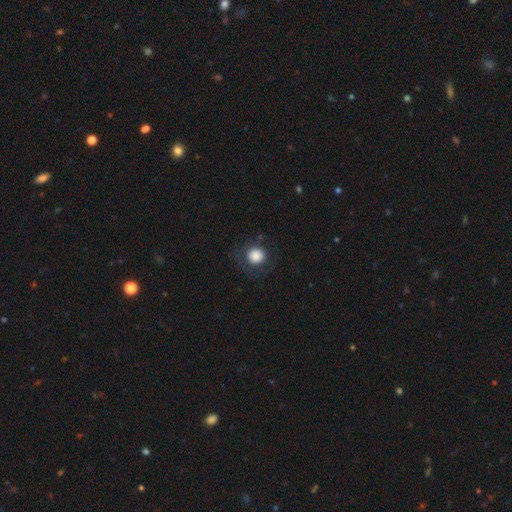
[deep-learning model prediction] The model was most divided on "merging": none: 76%, minor disturbance: 13%, major disturbance: 10%, merger: 1%. More confident: how rounded — round (90%); smooth or featured — smooth (80%).